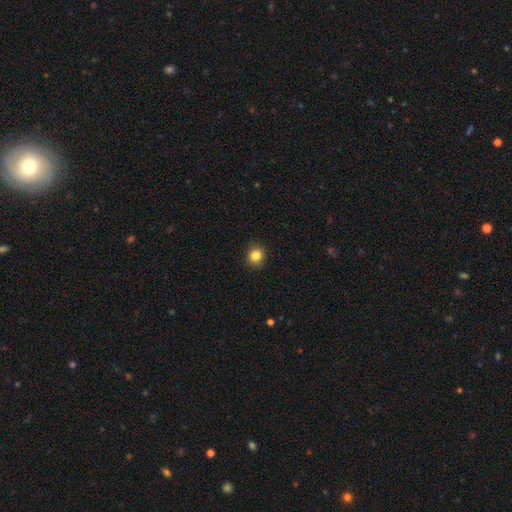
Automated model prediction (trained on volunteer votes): Overall: smooth (84%). How rounded: round (81%). Merging: none (89%).